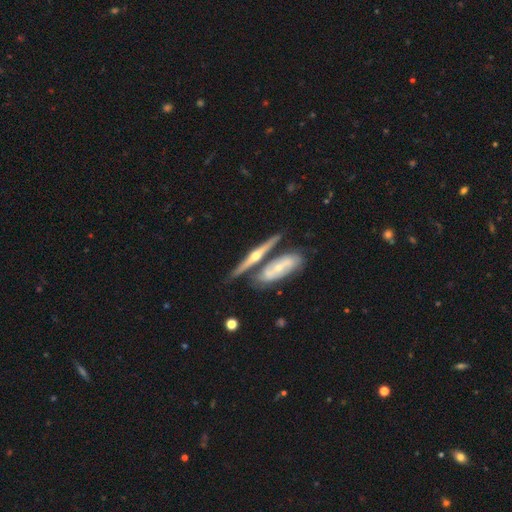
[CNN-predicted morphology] This appears to be a featured or disk galaxy (78%) viewed edge-on (92%) with a rounded central bulge (91%). Merging: none (59%).